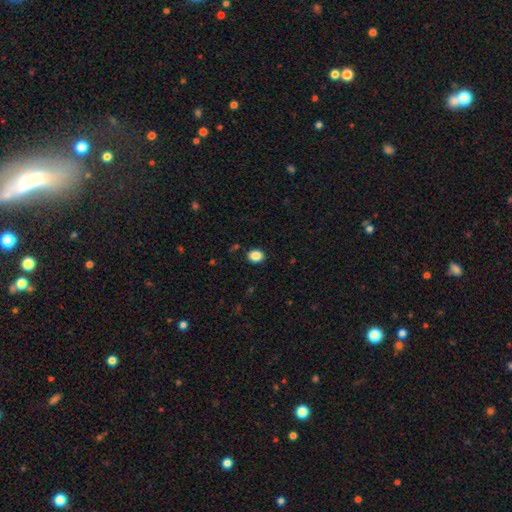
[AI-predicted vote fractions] Smooth or featured?
  - smooth: 87% *
  - star or artifact: 10%
  - featured or disk: 4%
How rounded?
  - round: 62% *
  - in between: 37%
  - cigar-shaped: 1%
Merging?
  - none: 89% *
  - minor disturbance: 7%
  - major disturbance: 2%
  - merger: 1%